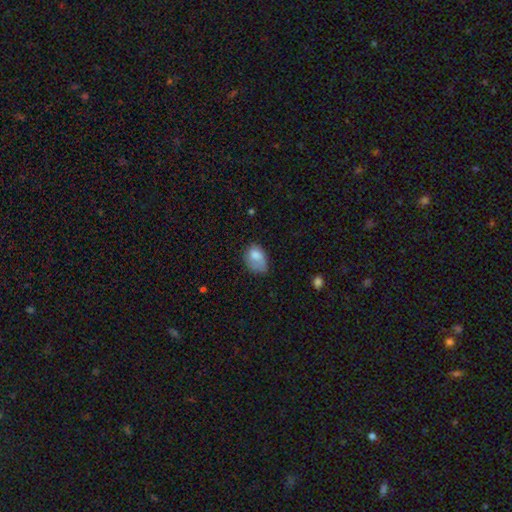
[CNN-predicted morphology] This is likely a smooth galaxy (76%). How rounded: likely in between (80%). Merging: marginally minor disturbance (37%).